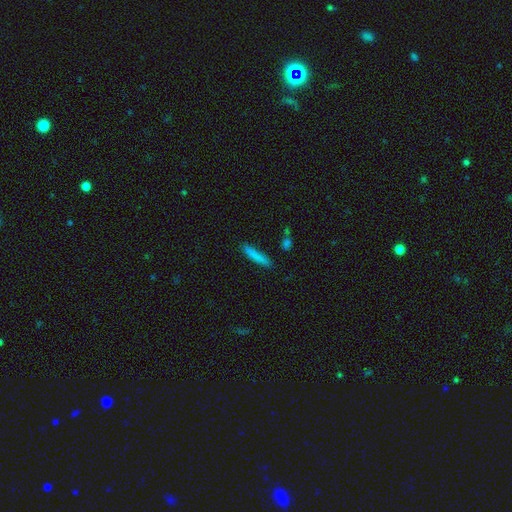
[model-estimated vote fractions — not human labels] smooth-or-featured: smooth: 82% | featured or disk: 11% | star or artifact: 7%
  how-rounded: cigar-shaped: 91% | in between: 8% | round: 1%
  merging: none: 84% | minor disturbance: 11% | merger: 3% | major disturbance: 2%